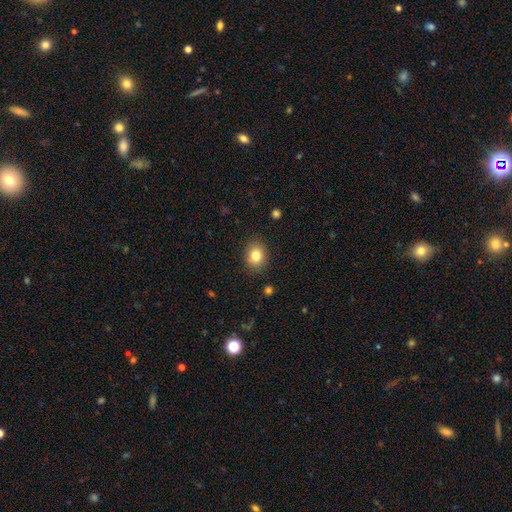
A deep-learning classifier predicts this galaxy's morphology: smooth_or_featured: smooth (p=0.81) [alt: star or artifact p=0.10]
how_rounded: round (p=0.53) [alt: in between p=0.46]
merging: none (p=0.87) [alt: minor disturbance p=0.10]